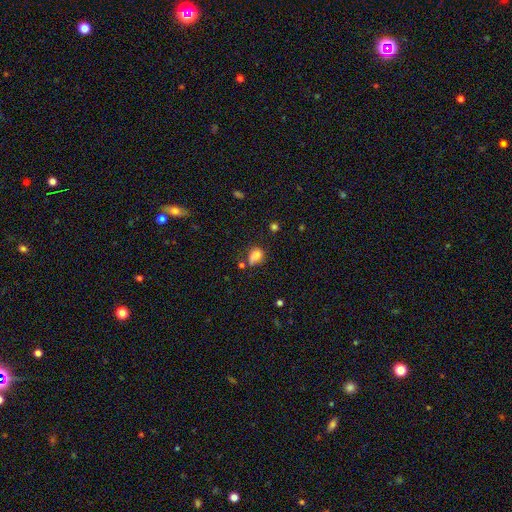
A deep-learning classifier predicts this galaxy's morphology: A smooth galaxy with no disk features (79%) that is in between round and cigar-shaped (76%). Merging: none (45%).